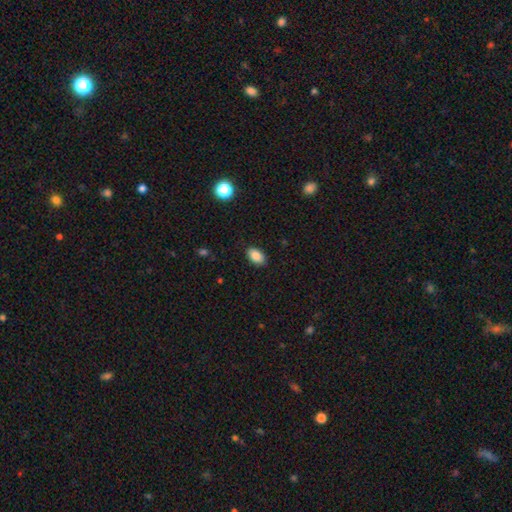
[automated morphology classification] A smooth galaxy with no disk features (86%) that is in between round and cigar-shaped (91%). Merging: none (87%).